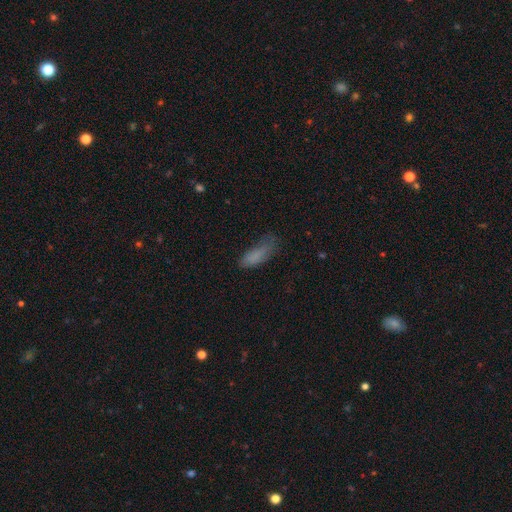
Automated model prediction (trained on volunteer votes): Overall: smooth (80%). How rounded: in between (63%; cigar-shaped 35%). Merging: none (45%; minor disturbance 34%).